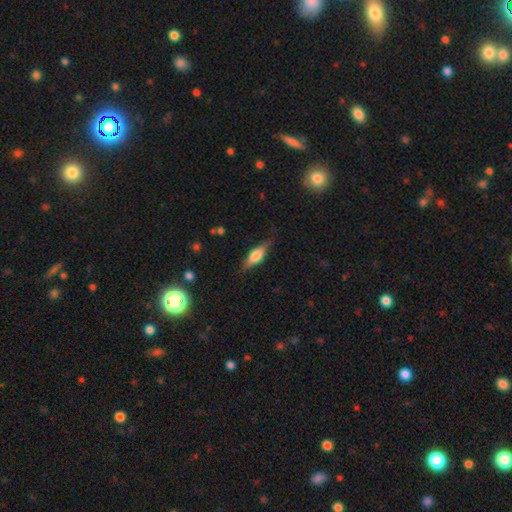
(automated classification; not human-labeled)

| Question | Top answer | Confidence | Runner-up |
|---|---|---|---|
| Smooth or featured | smooth | 54% | featured or disk (39%) |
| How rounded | in between | 56% | cigar-shaped (40%) |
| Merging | none | 77% | minor disturbance (18%) |